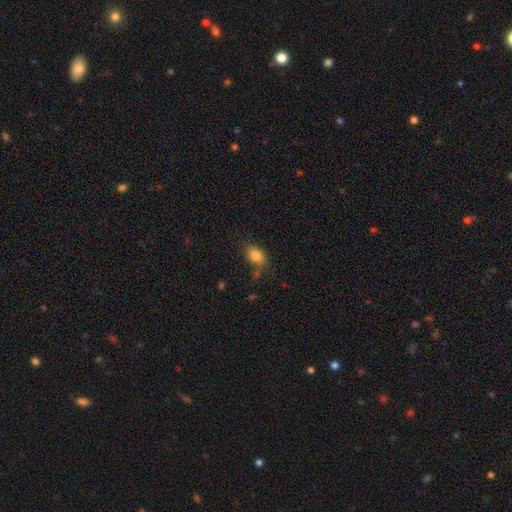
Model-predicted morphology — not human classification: Smooth or featured? smooth (83%)
How rounded? in between (85%)
Merging? none (72%)